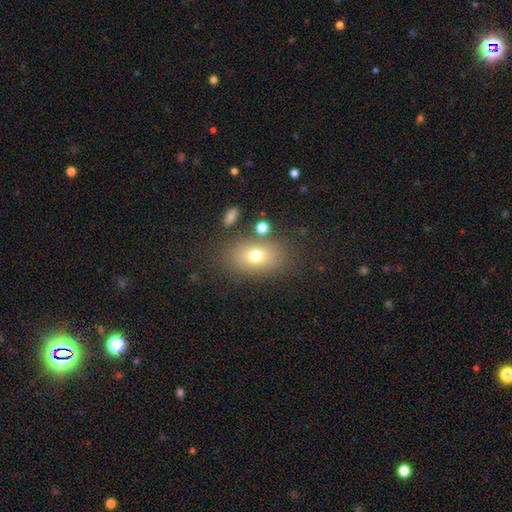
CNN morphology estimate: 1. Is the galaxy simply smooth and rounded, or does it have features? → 71% smooth, 16% featured or disk, 13% star or artifact.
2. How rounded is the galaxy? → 79% in between, 20% round, 2% cigar-shaped.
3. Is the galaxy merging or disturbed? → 78% none, 11% minor disturbance, 6% major disturbance, 5% merger.